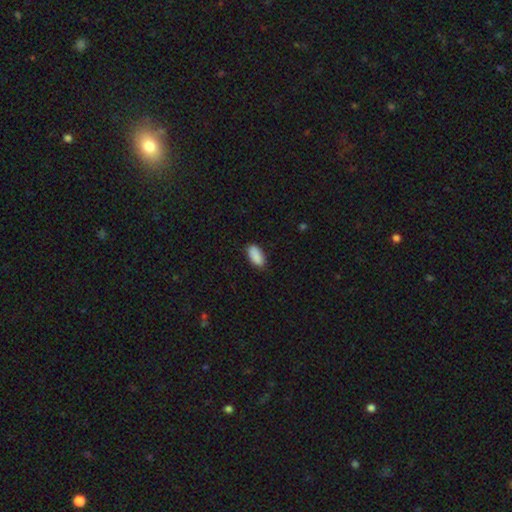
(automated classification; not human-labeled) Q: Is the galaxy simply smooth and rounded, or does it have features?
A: smooth — 90%.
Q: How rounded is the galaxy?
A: in between — 91%.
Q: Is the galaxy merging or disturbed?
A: none — 81%.